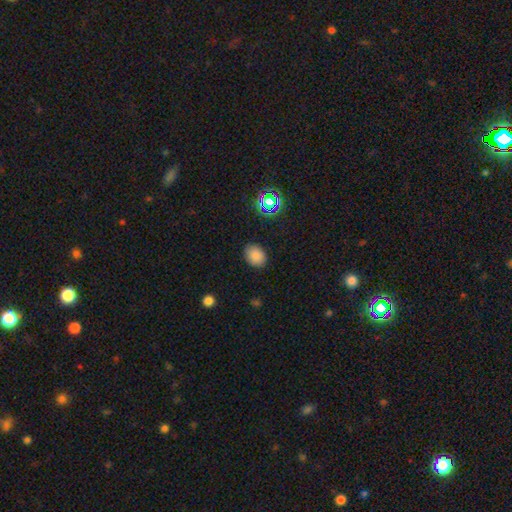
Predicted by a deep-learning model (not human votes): Smooth or featured? Predicted: smooth (p=0.83). How rounded? Predicted: in between (p=0.61). Merging? Predicted: none (p=0.85).